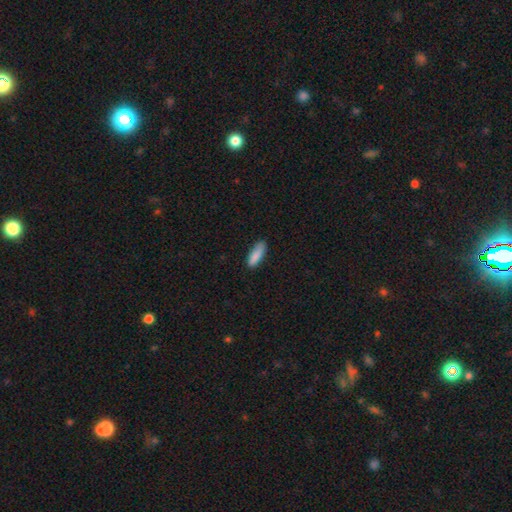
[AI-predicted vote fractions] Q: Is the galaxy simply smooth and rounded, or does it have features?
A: smooth — 87%.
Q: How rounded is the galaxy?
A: in between — 54%.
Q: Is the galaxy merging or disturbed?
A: none — 77%.